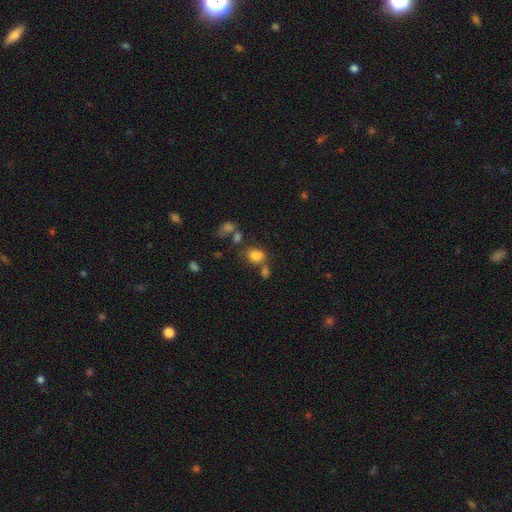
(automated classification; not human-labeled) A smooth galaxy with no disk features (77%) that is in between round and cigar-shaped (58%). Merging: none (46%).